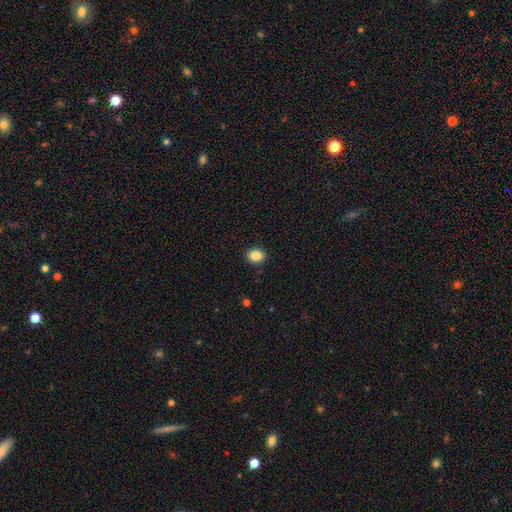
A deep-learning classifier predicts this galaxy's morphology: smooth 85%, star or artifact 10%, featured or disk 6%. Down the decision tree: how rounded — round (60%); merging — none (91%).